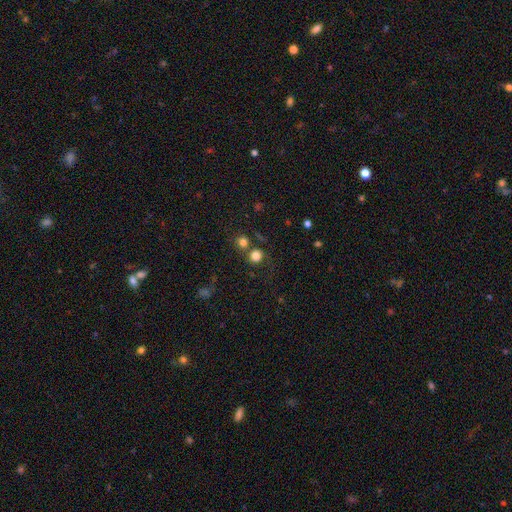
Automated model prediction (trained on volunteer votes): This appears to be a smooth galaxy with no disk features (79%) that is round (88%). Merging: none (64%).